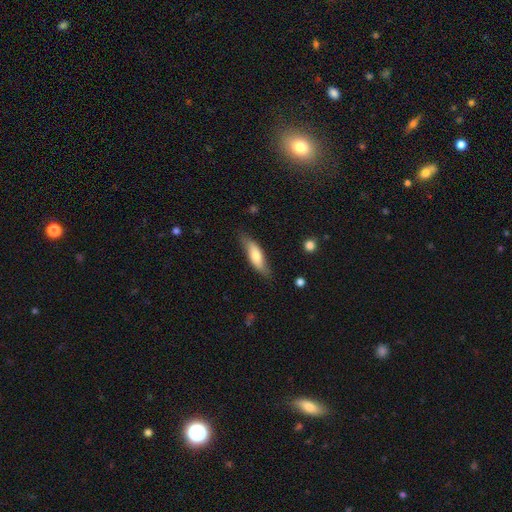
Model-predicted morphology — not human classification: A smooth galaxy with no disk features (67%) that is cigar-shaped (53%).

Vote fractions:
- Smooth or featured? smooth: 67% / featured or disk: 27% / star or artifact: 6%
- How rounded? cigar-shaped: 53% / in between: 45% / round: 2%
- Merging? none: 74% / minor disturbance: 20% / major disturbance: 4% / merger: 2%